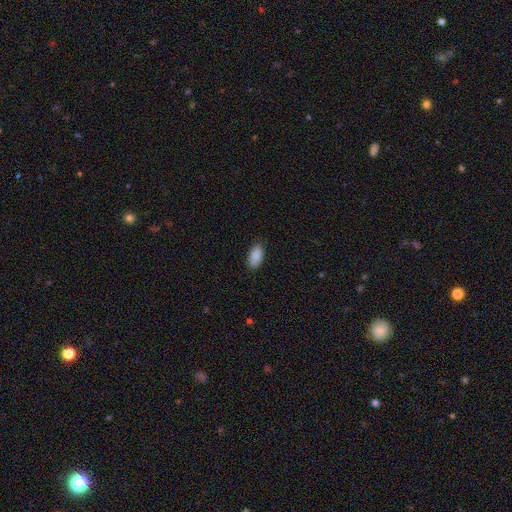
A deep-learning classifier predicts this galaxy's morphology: Q: Smooth or featured?
A: smooth (89%); runner-up: star or artifact (7%)
Q: How rounded?
A: in between (93%); runner-up: cigar-shaped (4%)
Q: Merging?
A: none (84%); runner-up: minor disturbance (13%)